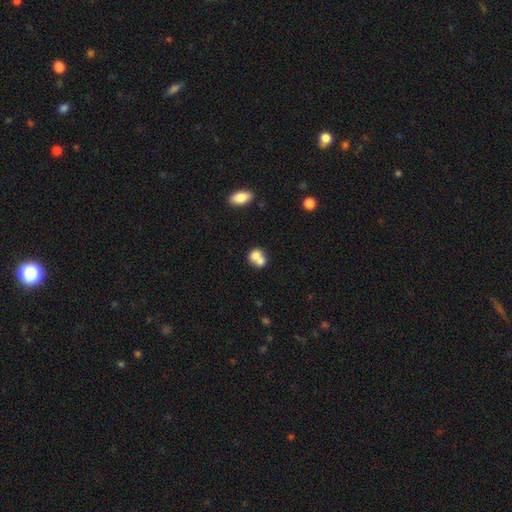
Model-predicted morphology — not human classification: A smooth galaxy with no disk features (72%) that is round (63%). Merging: merger (64%).